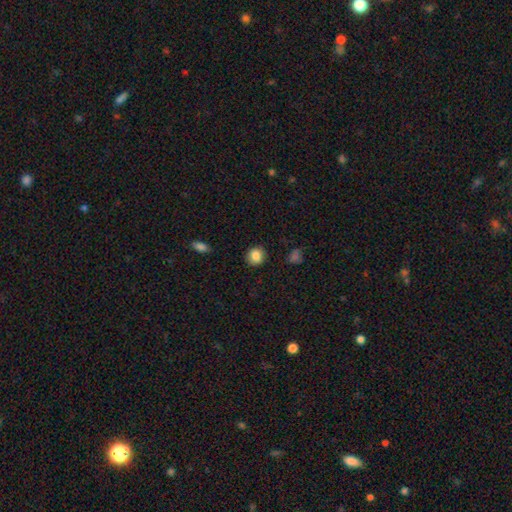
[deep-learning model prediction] A smooth galaxy with no disk features (86%) that is round (82%). Merging: none (89%).